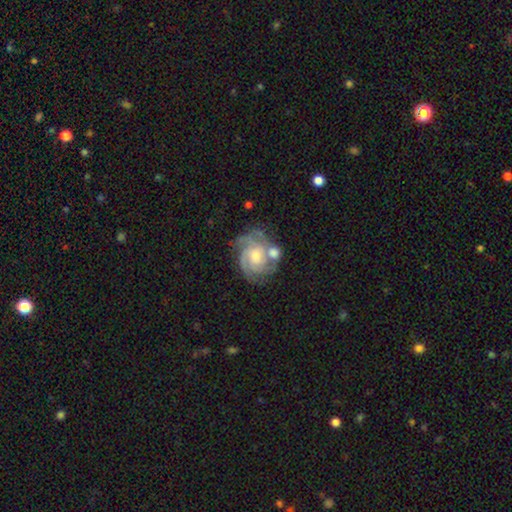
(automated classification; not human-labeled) Morphology: type=featured or disk (84%); edge-on=no (97%); bar=no (69%); spiral arms=yes (96%); winding=tight (64%); arm count=3 (41%); bulge=moderate (57%); merging=none (57%).